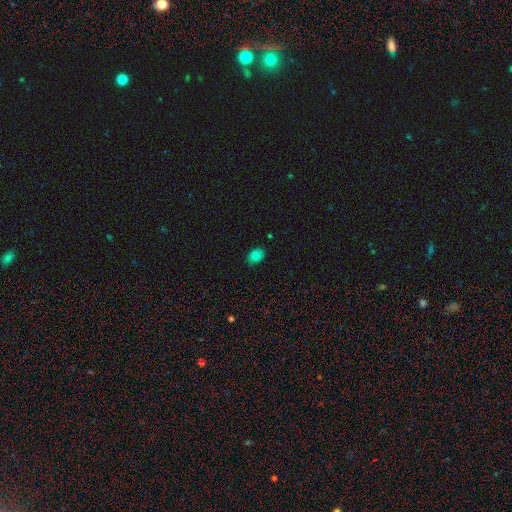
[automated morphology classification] Smooth or featured: smooth — 82% (star or artifact — 12%)
How rounded: in between — 66% (round — 33%)
Merging: none — 81% (minor disturbance — 15%)